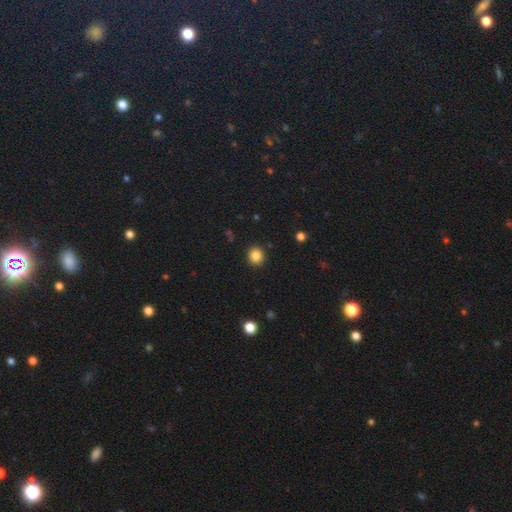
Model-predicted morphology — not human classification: This appears to be a smooth galaxy with no disk features (85%) that is round (85%). Merging: none (91%).